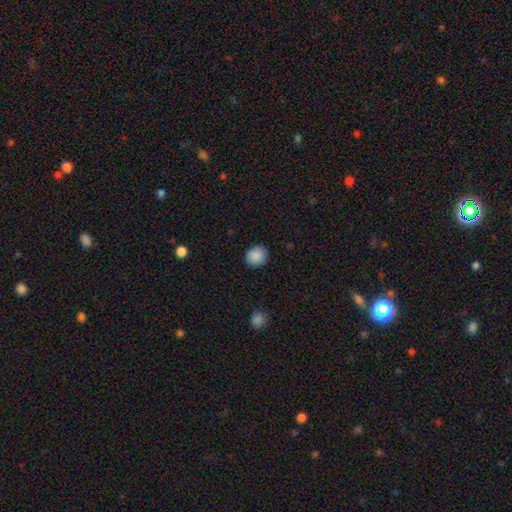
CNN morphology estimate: smooth_or_featured: smooth (p=0.89) [alt: star or artifact p=0.08]
how_rounded: round (p=0.85) [alt: in between p=0.14]
merging: none (p=0.89) [alt: minor disturbance p=0.08]